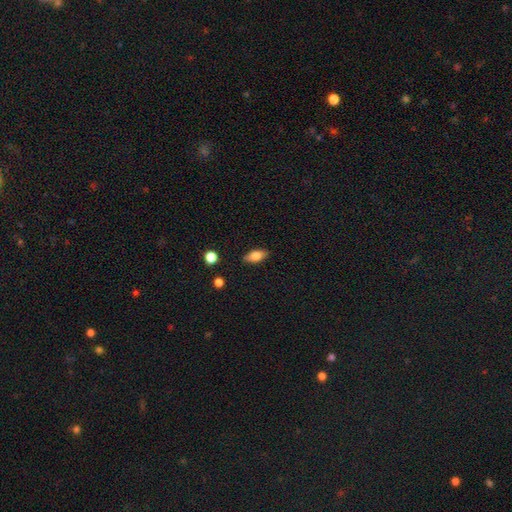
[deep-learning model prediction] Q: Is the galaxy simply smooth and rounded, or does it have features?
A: smooth — 76%.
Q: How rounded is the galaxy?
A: in between — 84%.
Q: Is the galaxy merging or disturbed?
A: none — 87%.